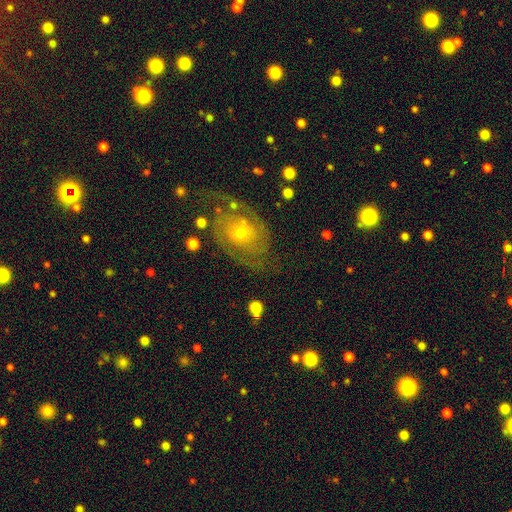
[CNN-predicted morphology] A featured or disk galaxy (65%) with no bar (80%), 2 (43%) tight (49%) spiral arms (86%) and a small central bulge (48%). Merging: none (70%).